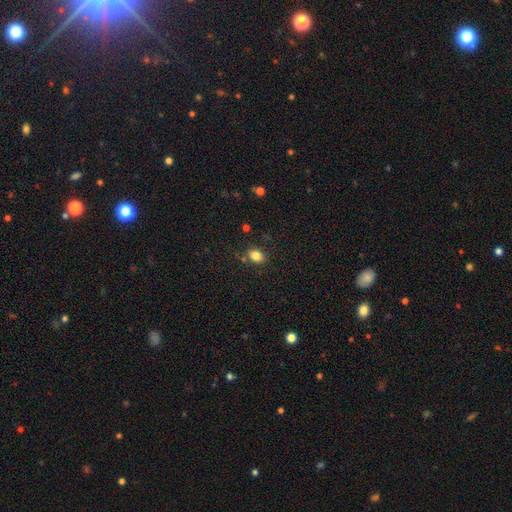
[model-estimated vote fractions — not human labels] smooth_or_featured: smooth (p=0.82) [alt: star or artifact p=0.12]
how_rounded: in between (p=0.57) [alt: round p=0.42]
merging: none (p=0.79) [alt: minor disturbance p=0.13]